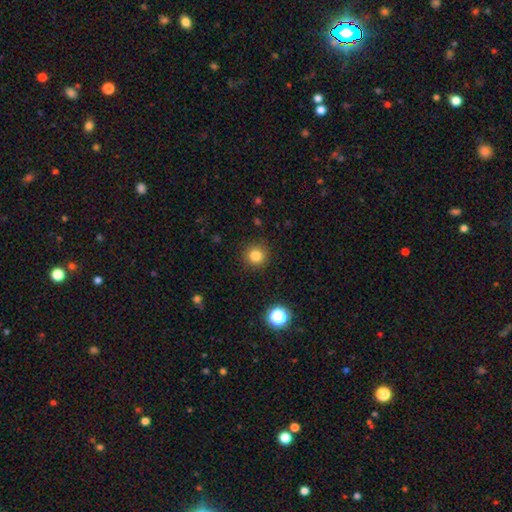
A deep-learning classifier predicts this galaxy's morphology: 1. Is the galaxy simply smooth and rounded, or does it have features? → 82% smooth, 13% star or artifact, 6% featured or disk.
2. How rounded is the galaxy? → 94% round, 5% in between, 1% cigar-shaped.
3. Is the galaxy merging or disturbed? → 90% none, 7% minor disturbance, 2% major disturbance, 1% merger.